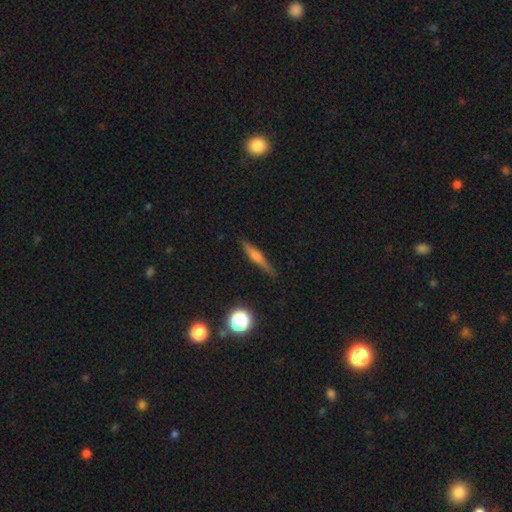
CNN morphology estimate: Q: Smooth or featured?
A: featured or disk (46%); runner-up: smooth (45%)
Q: Merging?
A: none (85%); runner-up: minor disturbance (11%)